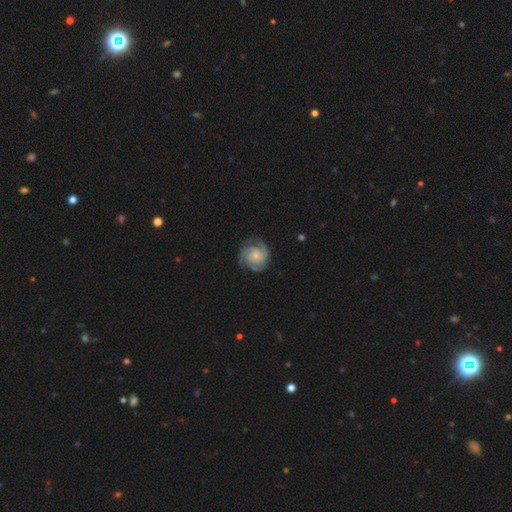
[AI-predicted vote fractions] This appears to be a featured or disk galaxy (83%) with no bar (76%), 3 (42%) tight (65%) spiral arms (97%) and a small central bulge (60%). Merging: none (78%).